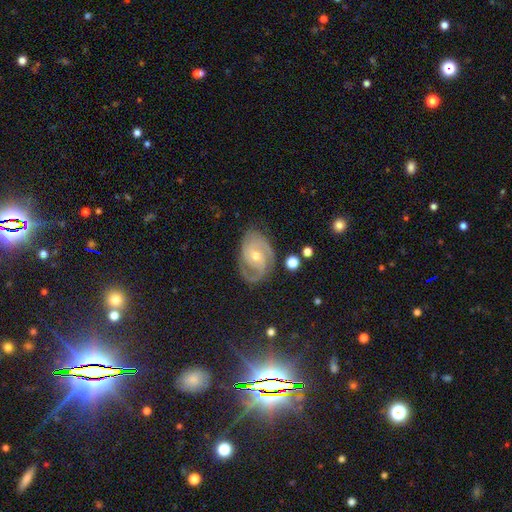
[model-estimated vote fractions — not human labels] This is clearly a featured or disk galaxy (86%). It is clearly not viewed edge-on (97%). Bar: likely no (62%). Spiral arm pattern: clearly yes (97%). Spiral arm count: possibly 2 (55%). Spiral winding: possibly tight (56%). Central bulge: possibly moderate (51%). Merging: likely none (73%).